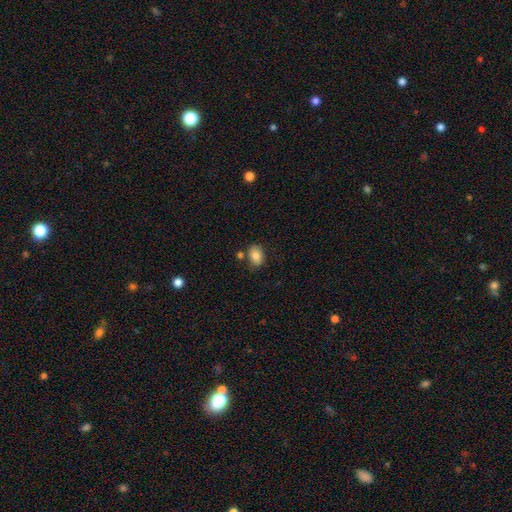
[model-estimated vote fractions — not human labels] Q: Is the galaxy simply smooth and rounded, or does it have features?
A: smooth — 83%.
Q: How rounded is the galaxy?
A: in between — 80%.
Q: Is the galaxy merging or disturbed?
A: none — 75%.